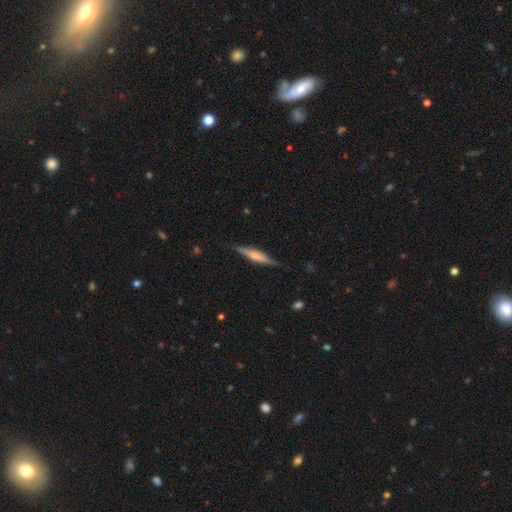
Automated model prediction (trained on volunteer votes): This appears to be a featured or disk galaxy (49%). Merging: none (83%).